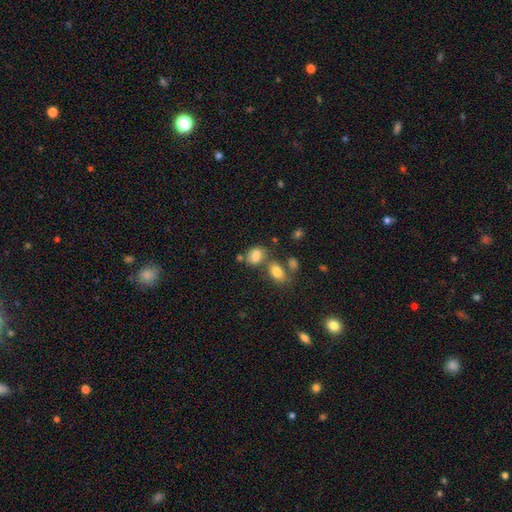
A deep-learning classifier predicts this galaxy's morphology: Smooth or featured?
  - smooth: 80% *
  - star or artifact: 10%
  - featured or disk: 10%
How rounded?
  - in between: 80% *
  - round: 19%
  - cigar-shaped: 2%
Merging?
  - none: 52% *
  - merger: 25%
  - minor disturbance: 17%
  - major disturbance: 6%